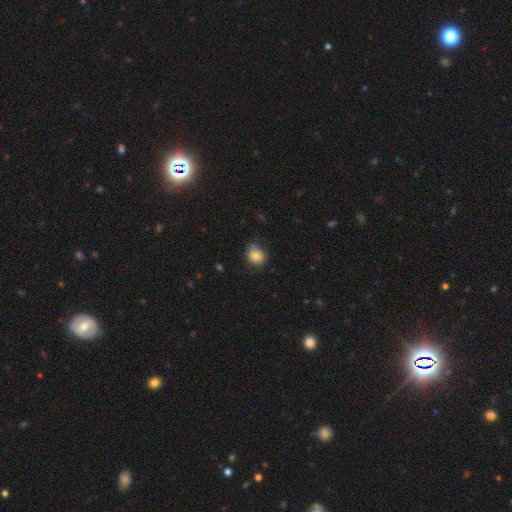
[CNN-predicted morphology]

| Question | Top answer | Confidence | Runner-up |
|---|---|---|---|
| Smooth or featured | smooth | 78% | featured or disk (12%) |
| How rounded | round | 64% | in between (35%) |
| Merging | none | 68% | minor disturbance (25%) |